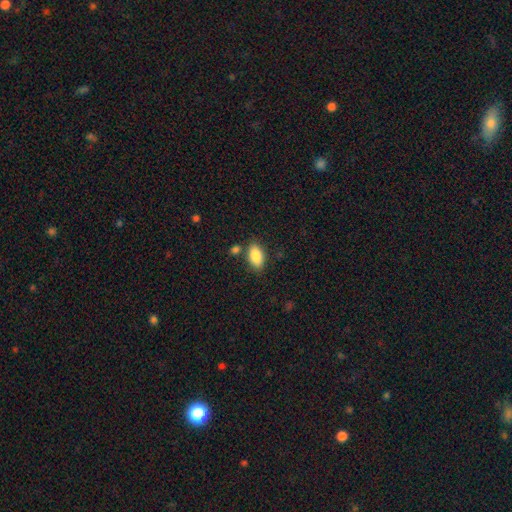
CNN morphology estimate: smooth_or_featured: smooth (p=0.87) [alt: star or artifact p=0.07]
how_rounded: in between (p=0.91) [alt: round p=0.05]
merging: none (p=0.78) [alt: minor disturbance p=0.13]